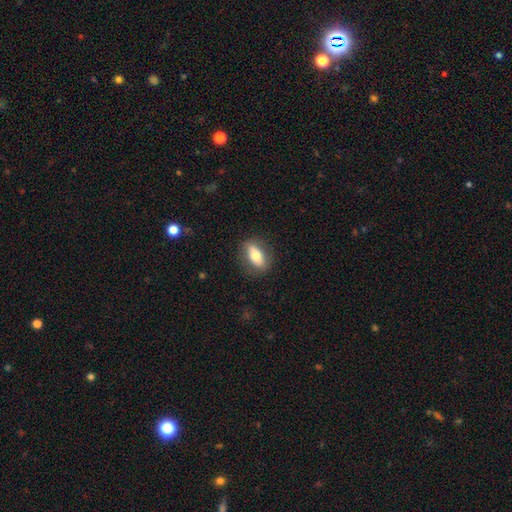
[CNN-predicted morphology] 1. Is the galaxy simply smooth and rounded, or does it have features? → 67% smooth, 26% featured or disk, 7% star or artifact.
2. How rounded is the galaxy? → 81% in between, 11% cigar-shaped, 9% round.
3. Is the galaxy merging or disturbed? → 84% none, 11% minor disturbance, 4% major disturbance, 1% merger.